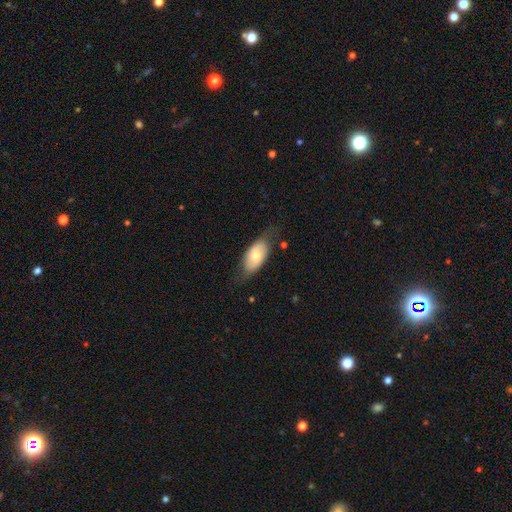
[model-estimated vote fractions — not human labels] Smooth or featured? Predicted: smooth (p=0.64). How rounded? Predicted: in between (p=0.92). Merging? Predicted: none (p=0.66).